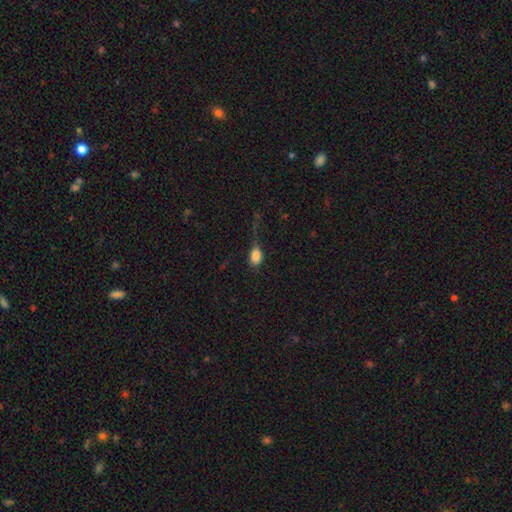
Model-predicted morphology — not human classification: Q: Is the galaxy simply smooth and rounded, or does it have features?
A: smooth — 83%.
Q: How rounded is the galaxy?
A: in between — 85%.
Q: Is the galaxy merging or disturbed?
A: none — 38%.